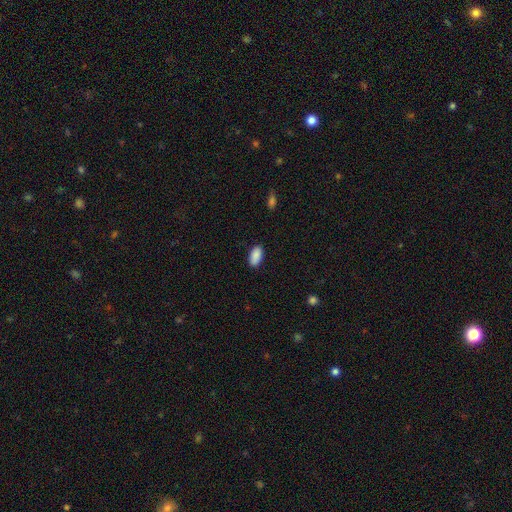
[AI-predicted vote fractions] Smooth or featured? Predicted: smooth (p=0.90). How rounded? Predicted: in between (p=0.94). Merging? Predicted: none (p=0.87).